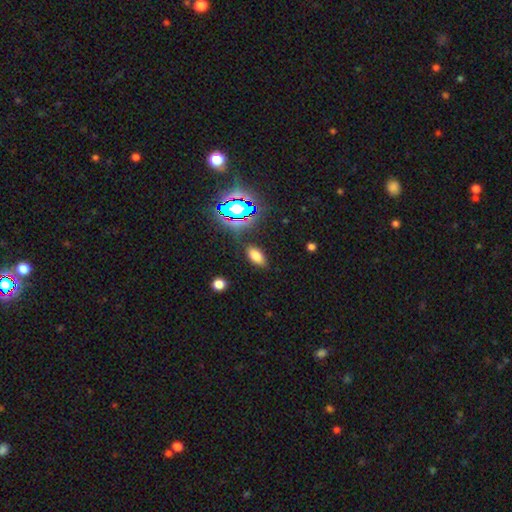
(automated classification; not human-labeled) smooth 73%, star or artifact 20%, featured or disk 8%. Down the decision tree: how rounded — in between (90%); merging — none (85%).